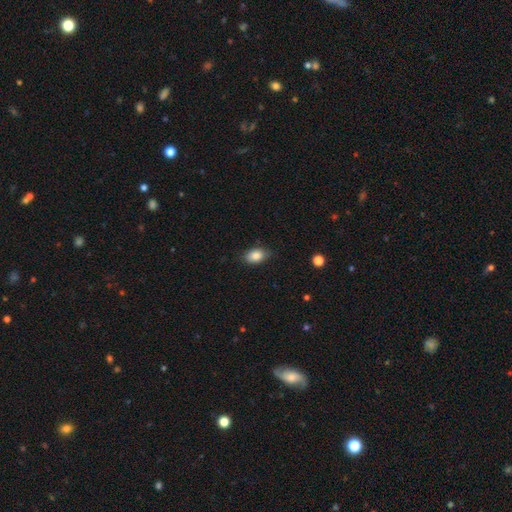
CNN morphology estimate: A smooth galaxy with no disk features (86%) that is in between round and cigar-shaped (84%). Merging: none (81%).